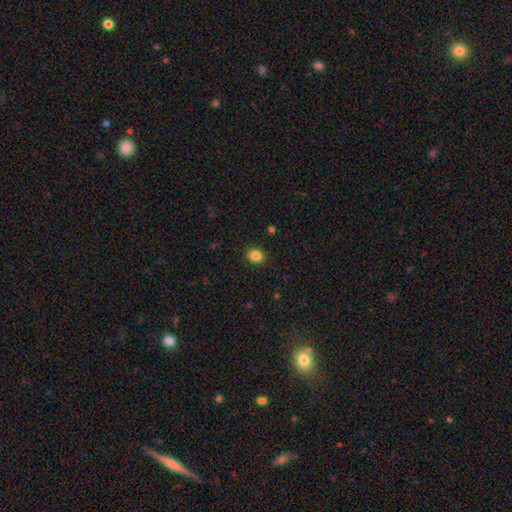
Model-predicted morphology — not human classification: smooth-or-featured: smooth: 85% | star or artifact: 11% | featured or disk: 5%
  how-rounded: round: 66% | in between: 33% | cigar-shaped: 1%
  merging: none: 90% | minor disturbance: 7% | major disturbance: 2% | merger: 1%